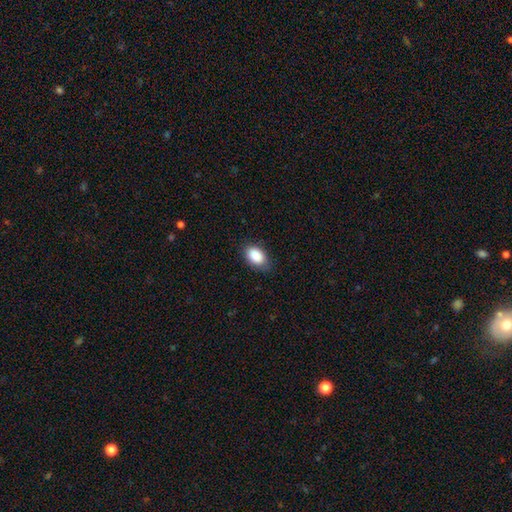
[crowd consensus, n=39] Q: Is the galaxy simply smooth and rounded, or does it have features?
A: smooth — 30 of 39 (77%).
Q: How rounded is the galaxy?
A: in between — 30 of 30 (100%).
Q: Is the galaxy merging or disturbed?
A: none — 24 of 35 (69%).